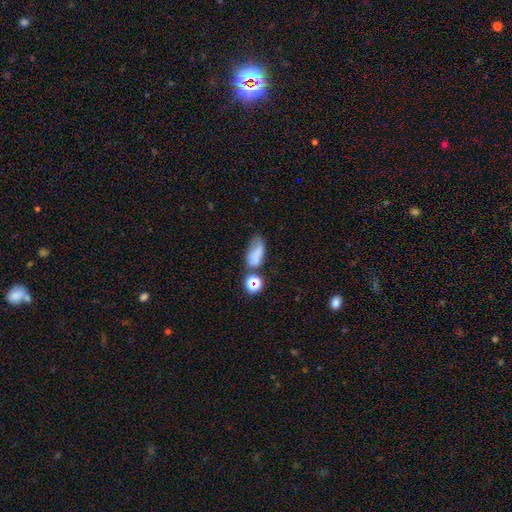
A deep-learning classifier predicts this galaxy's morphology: smooth-or-featured: smooth: 66% | star or artifact: 17% | featured or disk: 16%
  how-rounded: in between: 82% | round: 12% | cigar-shaped: 7%
  merging: none: 38% | minor disturbance: 26% | major disturbance: 19% | merger: 18%